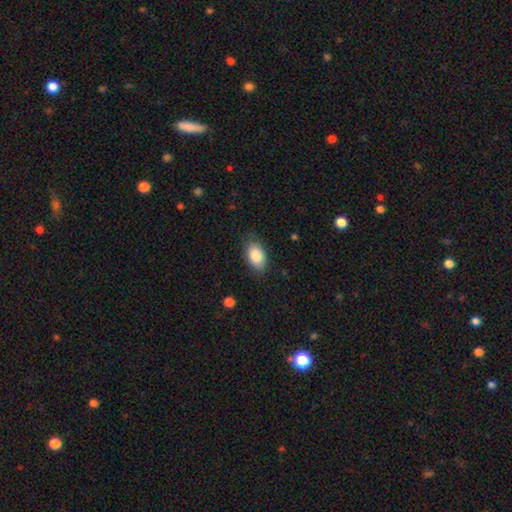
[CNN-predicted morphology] The model was most divided on "merging": none: 79%, minor disturbance: 16%, major disturbance: 4%, merger: 1%. More confident: how rounded — in between (91%); smooth or featured — smooth (84%).